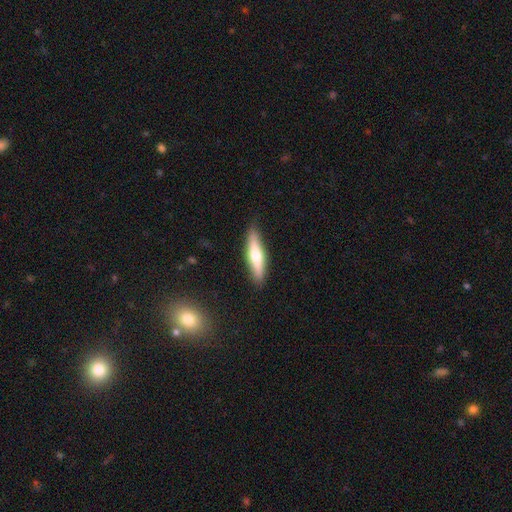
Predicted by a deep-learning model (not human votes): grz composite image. It shows a smooth galaxy with no disk features (52%) that is cigar-shaped (79%). Merging: none (87%).